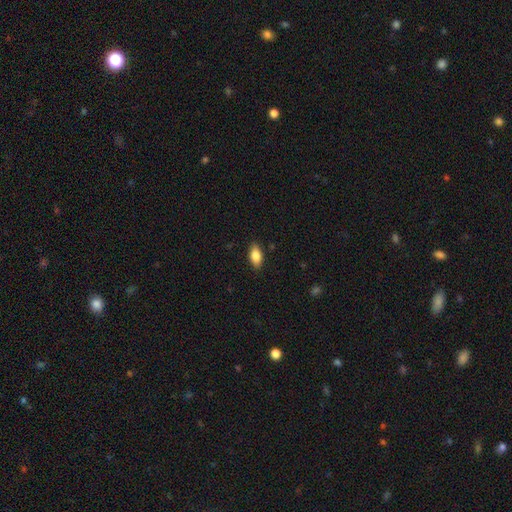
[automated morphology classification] Overall: smooth (81%). How rounded: in between (88%). Merging: none (87%).